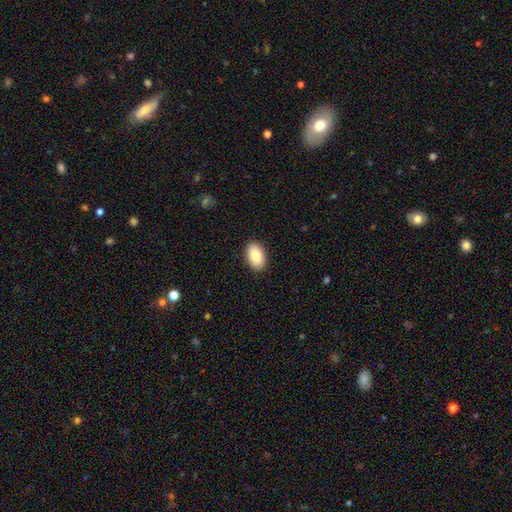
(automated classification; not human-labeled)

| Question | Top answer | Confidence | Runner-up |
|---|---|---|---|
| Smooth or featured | smooth | 87% | featured or disk (7%) |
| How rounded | in between | 92% | round (6%) |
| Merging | none | 90% | minor disturbance (7%) |